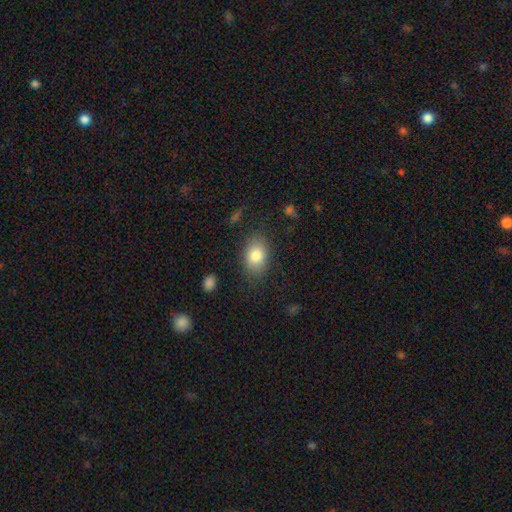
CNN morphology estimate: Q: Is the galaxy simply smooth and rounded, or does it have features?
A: smooth — 81%.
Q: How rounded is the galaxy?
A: in between — 81%.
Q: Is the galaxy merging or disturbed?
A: none — 82%.